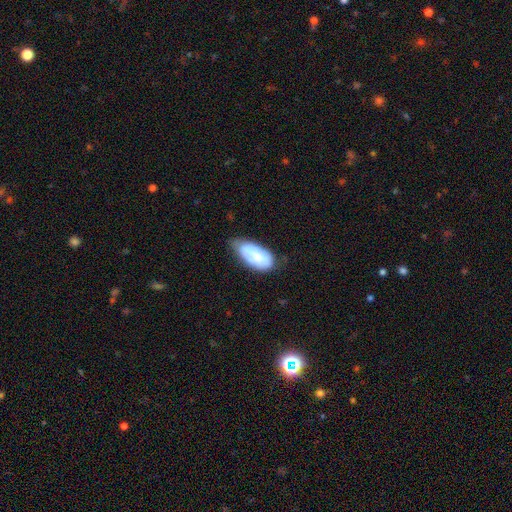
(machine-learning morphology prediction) This appears to be a smooth galaxy with no disk features (60%) that is in between round and cigar-shaped (91%). Merging: none (46%).